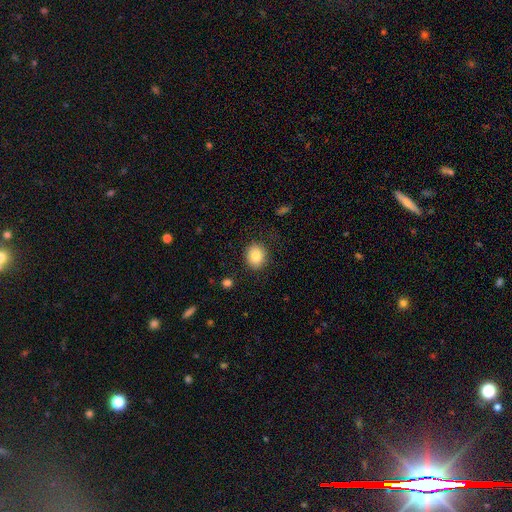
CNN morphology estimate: Smooth or featured? Predicted: smooth (p=0.84). How rounded? Predicted: round (p=0.73). Merging? Predicted: none (p=0.86).